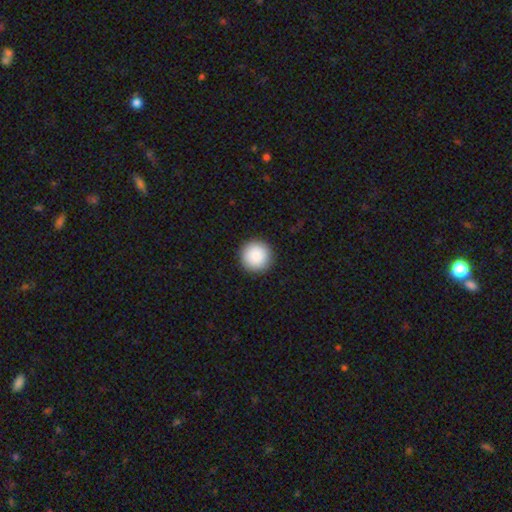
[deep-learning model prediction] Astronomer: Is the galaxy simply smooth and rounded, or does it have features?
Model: smooth — 89%.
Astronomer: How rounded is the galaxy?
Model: round — 96%.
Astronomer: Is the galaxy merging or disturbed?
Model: none — 93%.